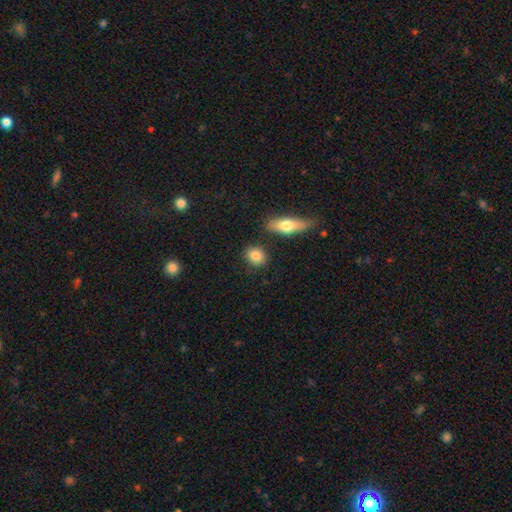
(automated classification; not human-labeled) This appears to be a smooth galaxy with no disk features (85%) that is round (59%). Merging: none (82%).